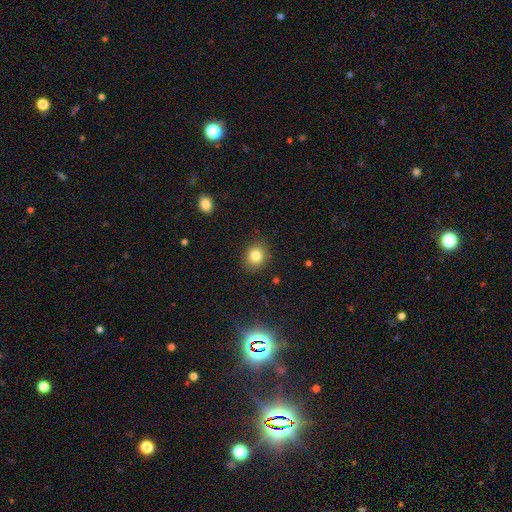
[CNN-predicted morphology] A smooth galaxy with no disk features (81%) that is round (71%). Merging: none (87%).